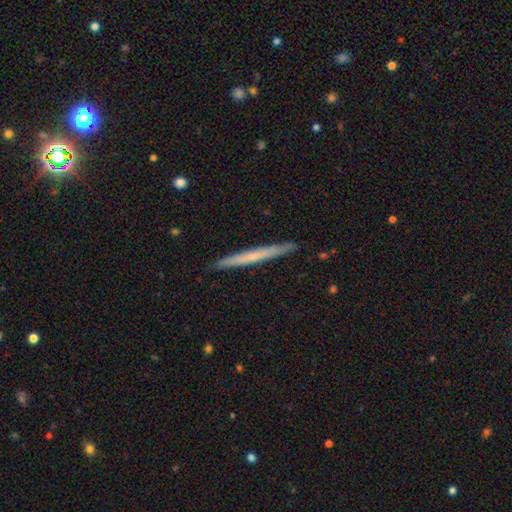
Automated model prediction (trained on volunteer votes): featured or disk 50%, smooth 44%, star or artifact 6%. Down the decision tree: edge-on disk — yes (97%); merging — none (92%).